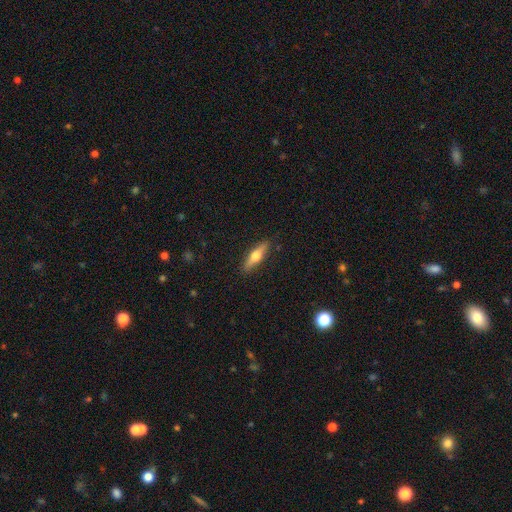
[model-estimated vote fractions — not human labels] Overall: featured or disk (52%; smooth 42%). Edge-on disk: yes (94%). Merging: none (89%).